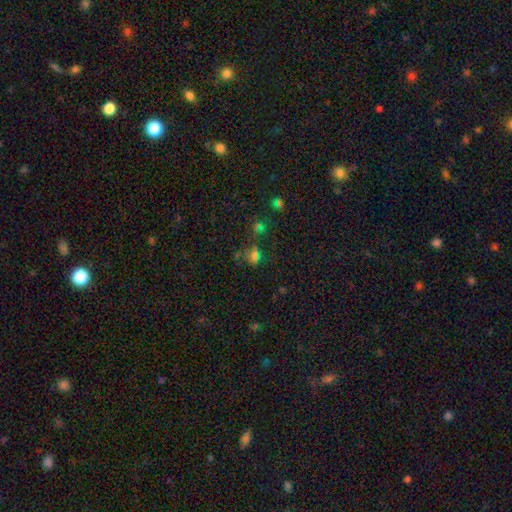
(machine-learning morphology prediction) Smooth or featured: smooth — 55% (star or artifact — 34%)
How rounded: in between — 60% (round — 36%)
Merging: none — 53% (minor disturbance — 18%)